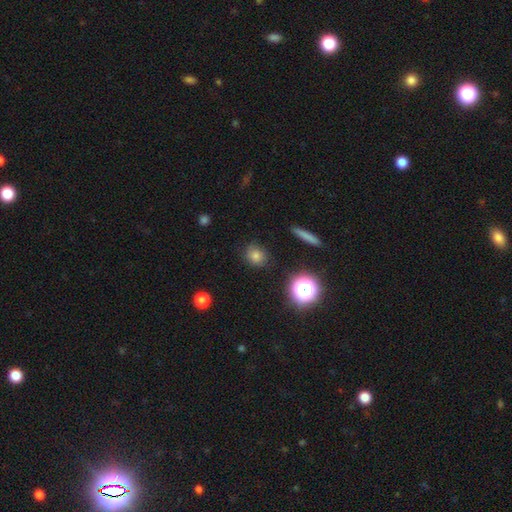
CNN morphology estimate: smooth-or-featured: smooth: 76% | star or artifact: 15% | featured or disk: 8%
  how-rounded: round: 72% | in between: 26% | cigar-shaped: 2%
  merging: none: 84% | minor disturbance: 11% | major disturbance: 3% | merger: 2%